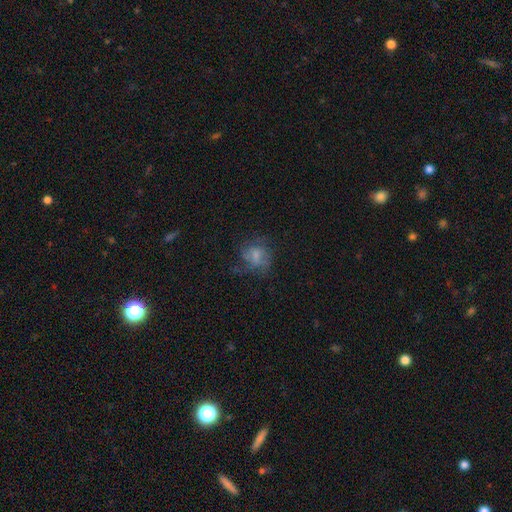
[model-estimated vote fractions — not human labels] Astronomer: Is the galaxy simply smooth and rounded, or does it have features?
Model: smooth — 52% (runner-up: featured or disk, 35%).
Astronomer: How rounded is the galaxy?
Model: round — 63%.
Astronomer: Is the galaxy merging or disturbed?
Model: none — 47% (runner-up: major disturbance, 28%).